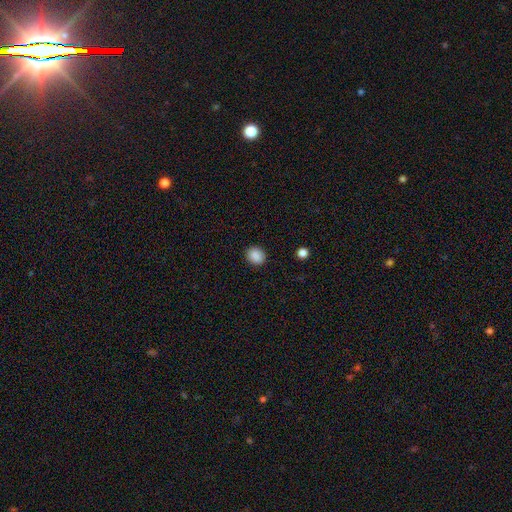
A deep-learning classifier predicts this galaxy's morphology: Smooth or featured?
  - smooth: 88% *
  - star or artifact: 9%
  - featured or disk: 3%
How rounded?
  - round: 69% *
  - in between: 30%
  - cigar-shaped: 1%
Merging?
  - none: 90% *
  - minor disturbance: 7%
  - major disturbance: 2%
  - merger: 1%